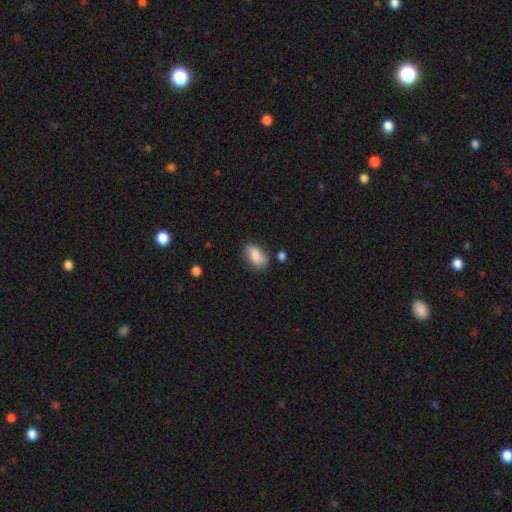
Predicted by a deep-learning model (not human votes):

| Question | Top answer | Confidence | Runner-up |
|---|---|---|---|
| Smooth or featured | smooth | 78% | featured or disk (14%) |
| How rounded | in between | 88% | round (9%) |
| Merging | none | 64% | minor disturbance (25%) |